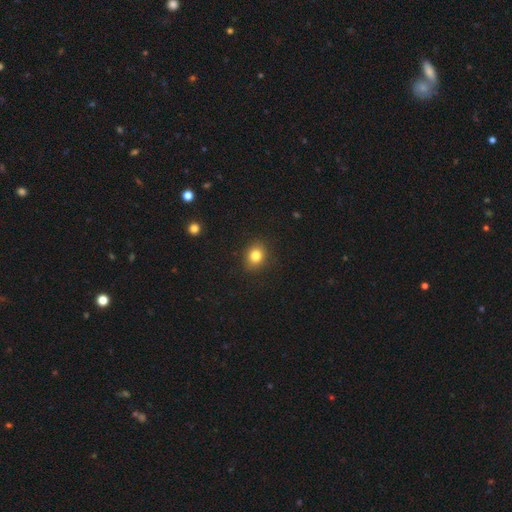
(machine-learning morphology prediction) Smooth or featured: smooth — 82% (star or artifact — 11%)
How rounded: round — 64% (in between — 35%)
Merging: none — 89% (minor disturbance — 8%)